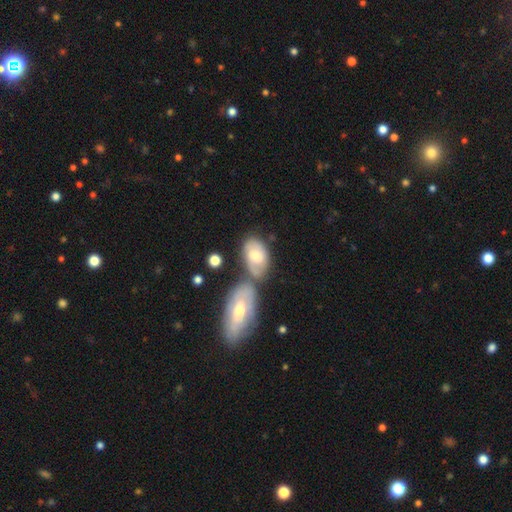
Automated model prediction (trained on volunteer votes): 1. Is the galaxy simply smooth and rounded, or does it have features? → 50% smooth, 43% featured or disk, 6% star or artifact.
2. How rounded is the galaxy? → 88% in between, 10% round, 2% cigar-shaped.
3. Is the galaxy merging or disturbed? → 39% none, 38% merger, 16% minor disturbance, 7% major disturbance.